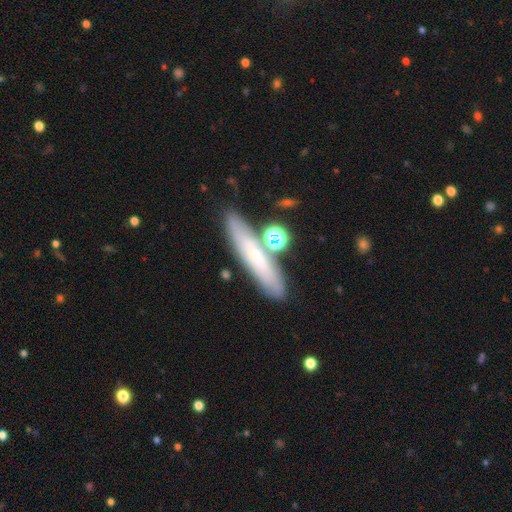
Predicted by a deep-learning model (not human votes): A smooth galaxy with no disk features (53%) that is cigar-shaped (80%). Merging: none (74%).